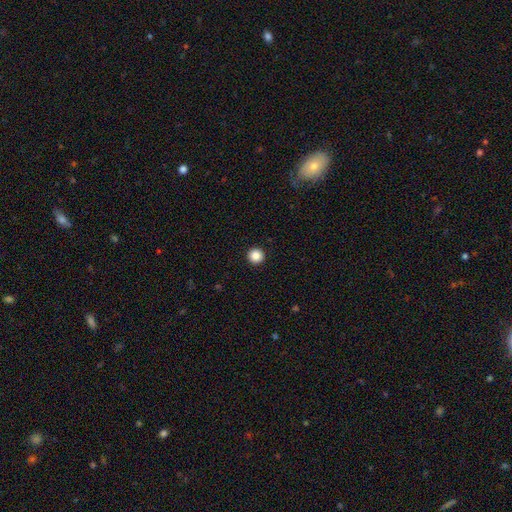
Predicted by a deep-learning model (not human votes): Morphology: type=smooth (87%); roundness=round (96%); merging=none (94%).